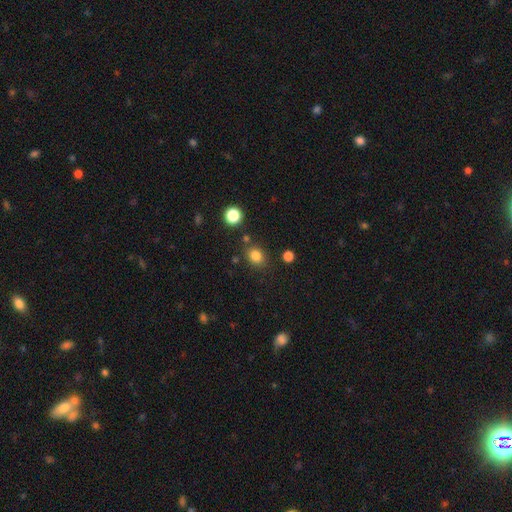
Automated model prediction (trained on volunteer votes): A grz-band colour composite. It shows a smooth galaxy with no disk features (82%) that is round (59%). Merging: none (80%).